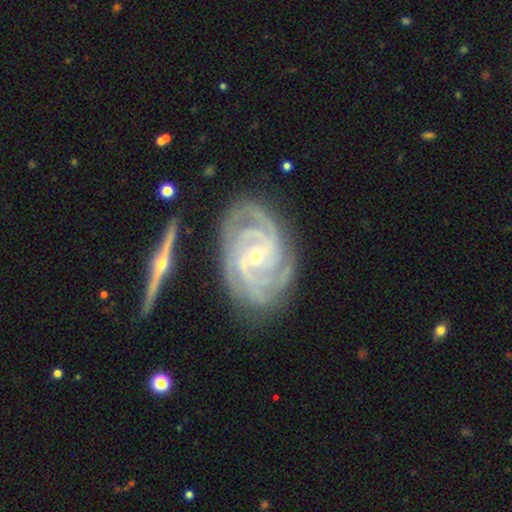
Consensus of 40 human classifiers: Q: Smooth or featured?
A: featured or disk (90%); runner-up: smooth (8%)
Q: Edge-on disk?
A: no (94%); runner-up: yes (6%)
Q: Bar?
A: weak (68%); runner-up: no (21%)
Q: Spiral arms?
A: yes (100%)
Q: Spiral winding?
A: tight (53%); runner-up: medium (38%)
Q: Spiral arm count?
A: 3 (41%); runner-up: 4 (38%)
Q: Bulge size?
A: small (56%); runner-up: moderate (38%)
Q: Merging?
A: none (72%); runner-up: minor disturbance (13%)